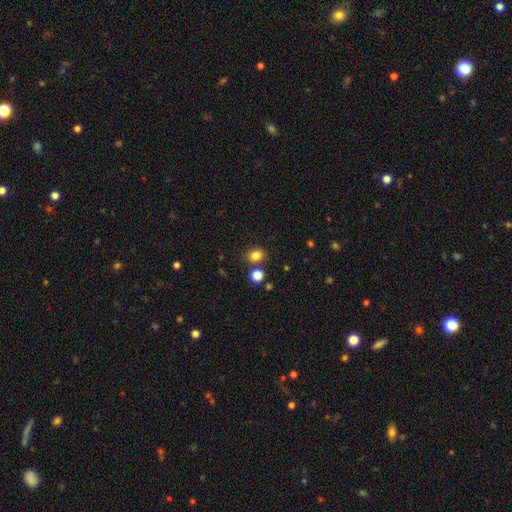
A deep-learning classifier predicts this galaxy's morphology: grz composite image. It shows a smooth galaxy with no disk features (82%) that is round (67%). Merging: none (79%).